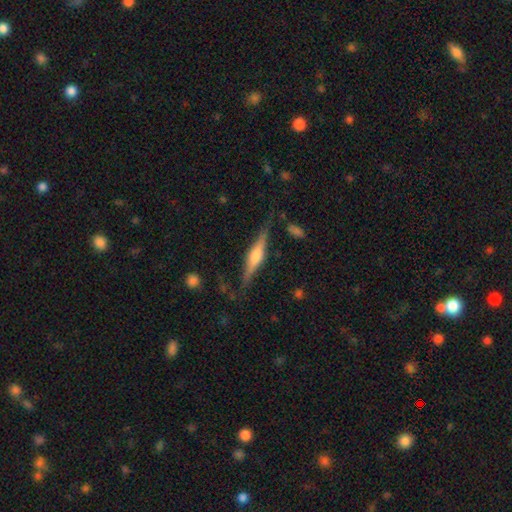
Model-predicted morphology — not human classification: Smooth or featured: featured or disk — 71% (smooth — 23%)
Edge-on disk: yes — 97% (no — 3%)
Edge-on bulge: rounded — 82% (boxy — 14%)
Merging: none — 82% (minor disturbance — 13%)